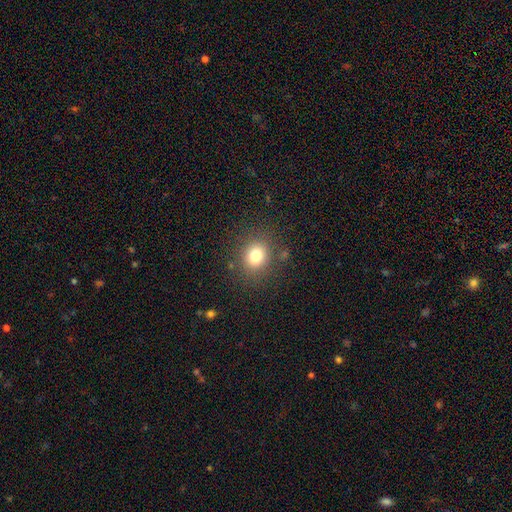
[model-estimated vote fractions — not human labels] Smooth or featured: smooth — 79% (star or artifact — 13%)
How rounded: round — 71% (in between — 28%)
Merging: none — 83% (minor disturbance — 10%)